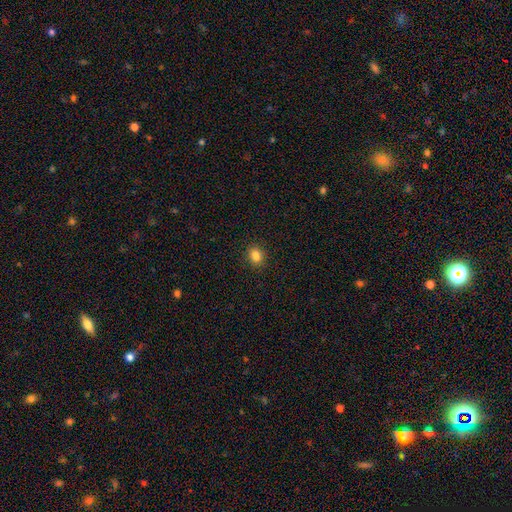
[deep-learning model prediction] smooth-or-featured: smooth: 84% | star or artifact: 11% | featured or disk: 5%
  how-rounded: round: 54% | in between: 45% | cigar-shaped: 1%
  merging: none: 90% | minor disturbance: 7% | major disturbance: 2% | merger: 1%